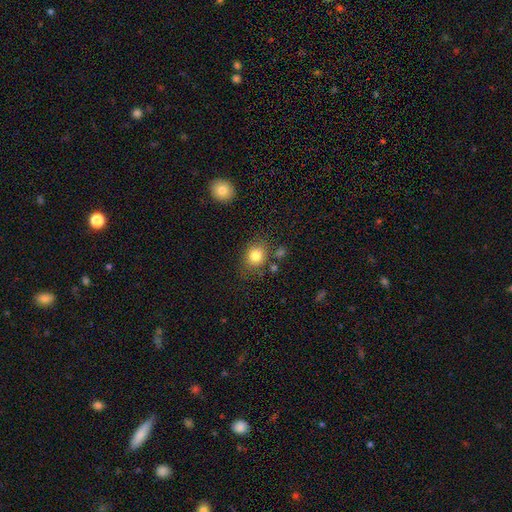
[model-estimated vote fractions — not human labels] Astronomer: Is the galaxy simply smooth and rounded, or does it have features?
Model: smooth — 82%.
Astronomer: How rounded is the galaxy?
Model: round — 59% (runner-up: in between, 40%).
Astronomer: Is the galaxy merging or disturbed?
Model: none — 74%.